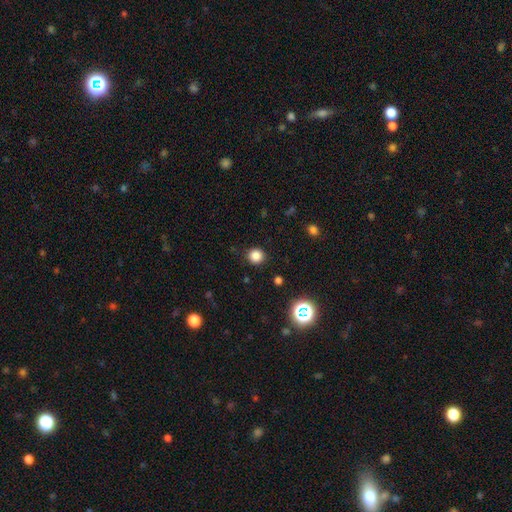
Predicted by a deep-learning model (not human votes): A smooth galaxy with no disk features (83%) that is round (90%).

Vote fractions:
- Smooth or featured? smooth: 83% / star or artifact: 14% / featured or disk: 3%
- How rounded? round: 90% / in between: 9% / cigar-shaped: 1%
- Merging? none: 90% / minor disturbance: 7% / major disturbance: 2% / merger: 1%